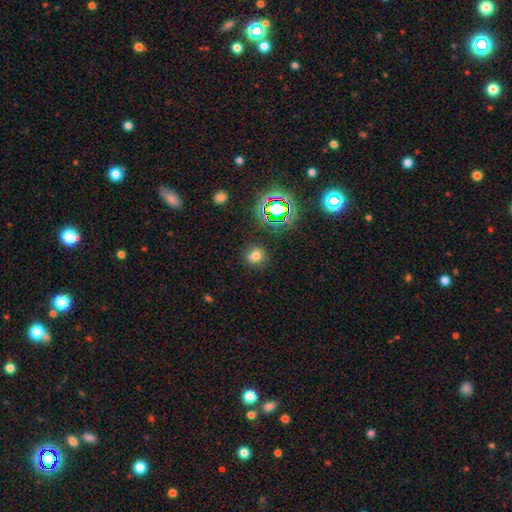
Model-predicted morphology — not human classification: Smooth or featured: smooth — 69% (star or artifact — 23%)
How rounded: round — 76% (in between — 23%)
Merging: none — 77% (minor disturbance — 14%)